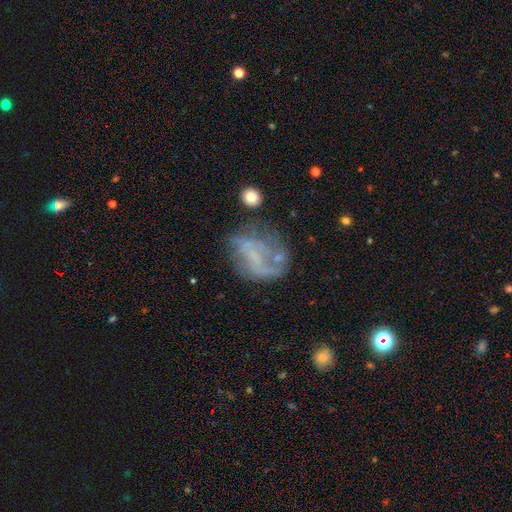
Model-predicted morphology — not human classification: This is likely a featured or disk galaxy (62%). It is clearly not viewed edge-on (97%). Bar: possibly no (58%). Spiral arm pattern: possibly yes (52%). Central bulge: likely none (64%). Merging: marginally none (43%).